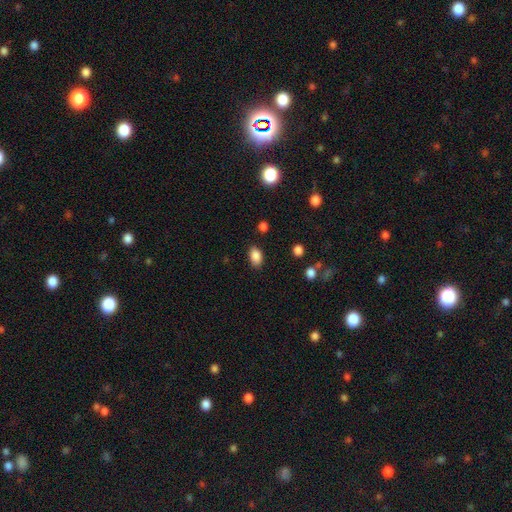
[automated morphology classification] Smooth or featured? Predicted: smooth (p=0.87). How rounded? Predicted: in between (p=0.87). Merging? Predicted: none (p=0.83).